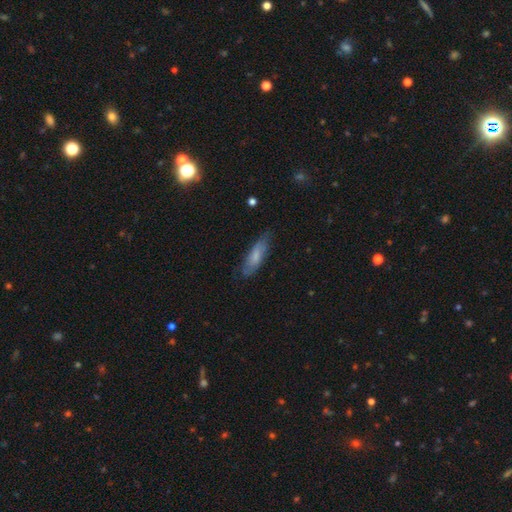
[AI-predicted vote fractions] The model was most divided on "how rounded": cigar-shaped: 56%, in between: 42%, round: 2%. More confident: merging — none (72%); smooth or featured — smooth (69%).